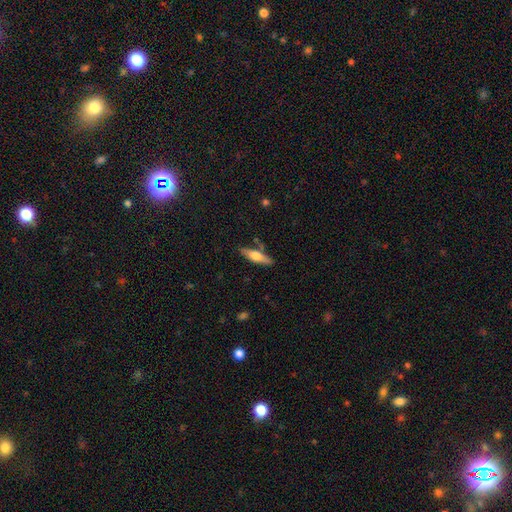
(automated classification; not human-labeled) This is possibly a smooth galaxy (53%). How rounded: likely cigar-shaped (65%). Merging: likely none (78%).